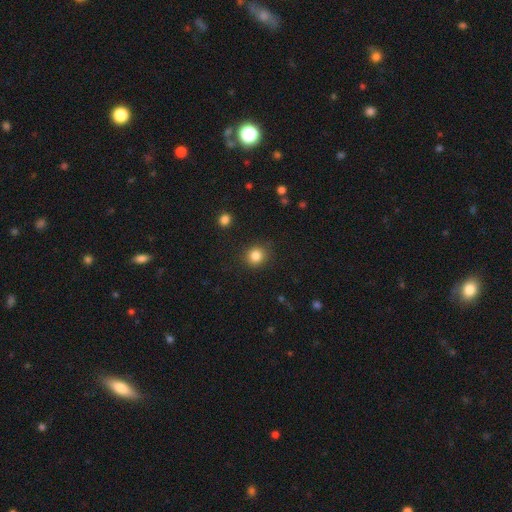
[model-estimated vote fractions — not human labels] smooth_or_featured: smooth (p=0.84) [alt: star or artifact p=0.11]
how_rounded: round (p=0.87) [alt: in between p=0.12]
merging: none (p=0.89) [alt: minor disturbance p=0.07]